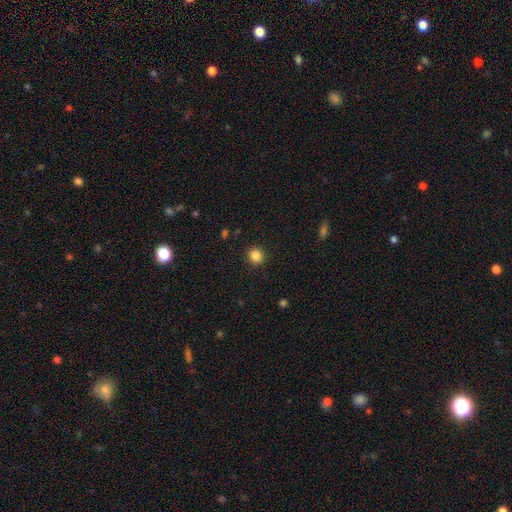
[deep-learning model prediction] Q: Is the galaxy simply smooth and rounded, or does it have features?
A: smooth — 85%.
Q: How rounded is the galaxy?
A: round — 78%.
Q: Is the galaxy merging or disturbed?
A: none — 90%.